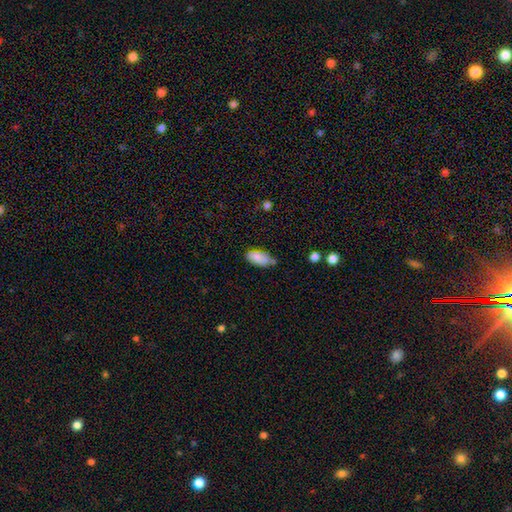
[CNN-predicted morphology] The model was most divided on "merging": none: 59%, minor disturbance: 28%, merger: 7%, major disturbance: 6%. More confident: how rounded — in between (91%); smooth or featured — smooth (77%).